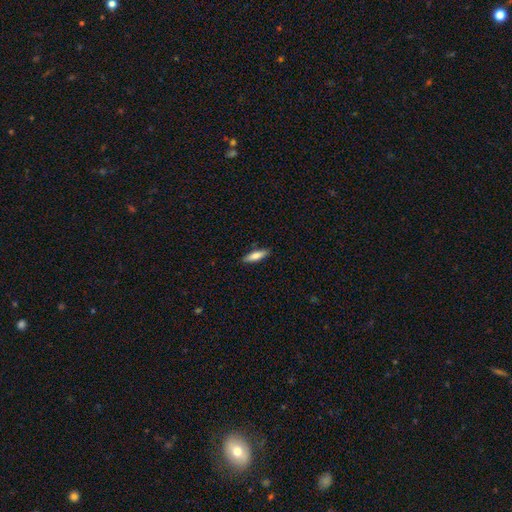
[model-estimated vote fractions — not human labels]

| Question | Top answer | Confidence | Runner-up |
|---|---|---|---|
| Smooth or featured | smooth | 79% | featured or disk (15%) |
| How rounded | cigar-shaped | 57% | in between (41%) |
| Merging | none | 87% | minor disturbance (10%) |